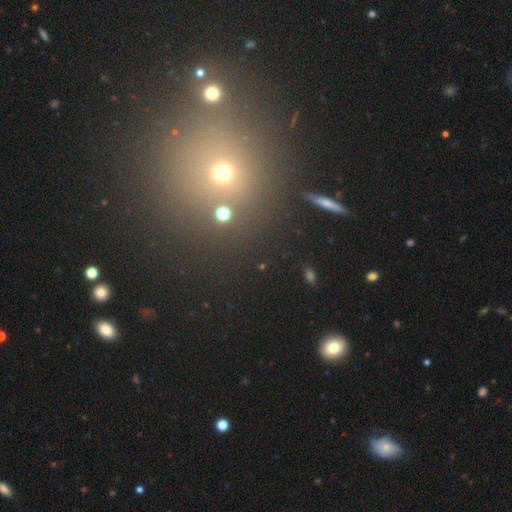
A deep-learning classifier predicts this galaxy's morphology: Smooth or featured: star or artifact — 52% (smooth — 39%)